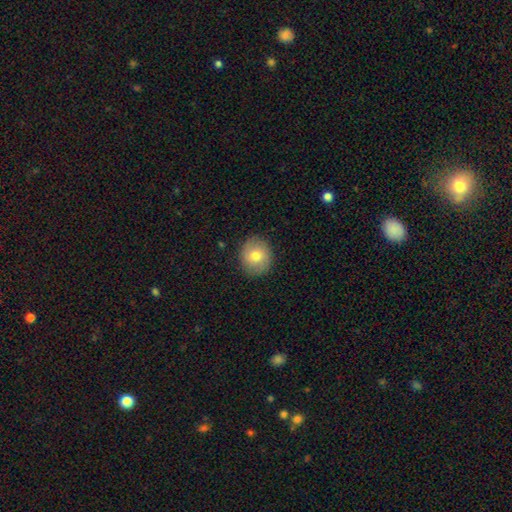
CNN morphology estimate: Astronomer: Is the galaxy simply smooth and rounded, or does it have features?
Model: smooth — 74%.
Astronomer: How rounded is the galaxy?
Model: round — 79%.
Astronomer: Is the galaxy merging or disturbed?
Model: none — 87%.